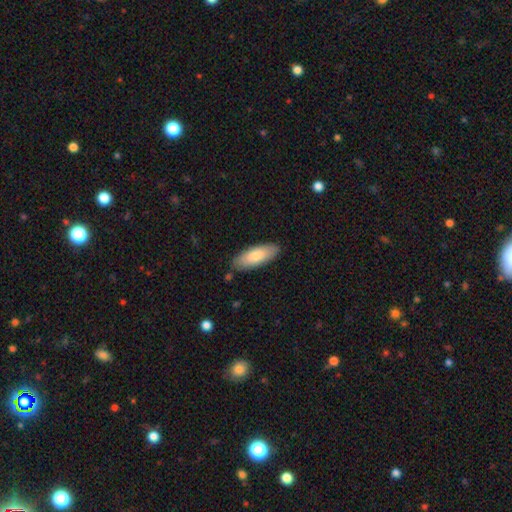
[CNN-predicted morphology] A smooth galaxy with no disk features (79%) that is in between round and cigar-shaped (70%). Merging: none (85%).